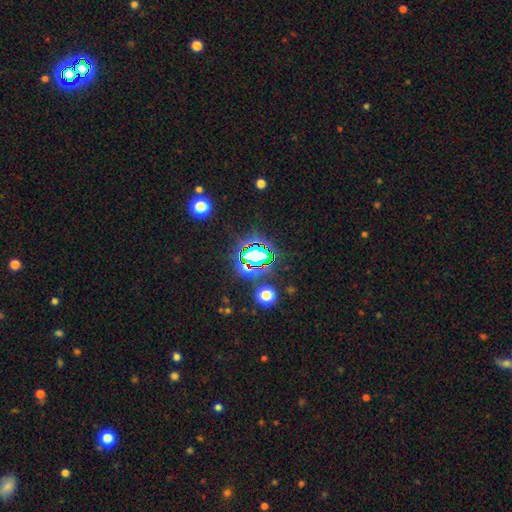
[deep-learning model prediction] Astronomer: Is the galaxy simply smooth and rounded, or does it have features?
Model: star or artifact — 71%.